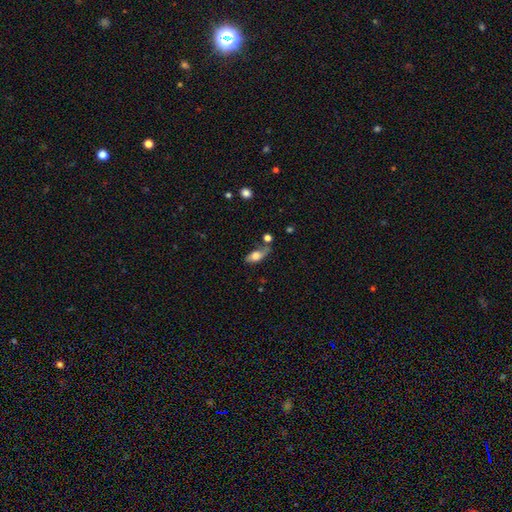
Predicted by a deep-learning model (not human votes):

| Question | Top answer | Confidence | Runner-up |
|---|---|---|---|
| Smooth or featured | smooth | 62% | featured or disk (29%) |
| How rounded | in between | 82% | cigar-shaped (10%) |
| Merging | none | 41% | minor disturbance (27%) |